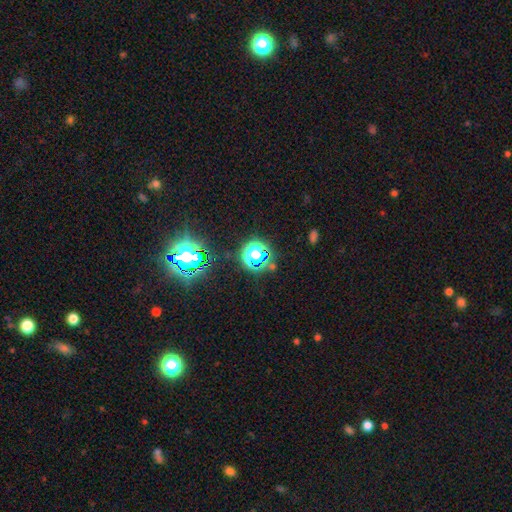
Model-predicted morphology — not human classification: smooth_or_featured: star or artifact (p=0.55) [alt: smooth p=0.36]